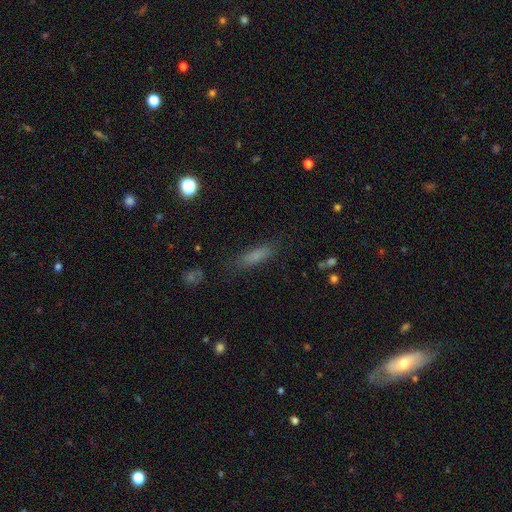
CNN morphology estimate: A smooth galaxy with no disk features (75%) that is cigar-shaped (61%). Merging: none (76%).